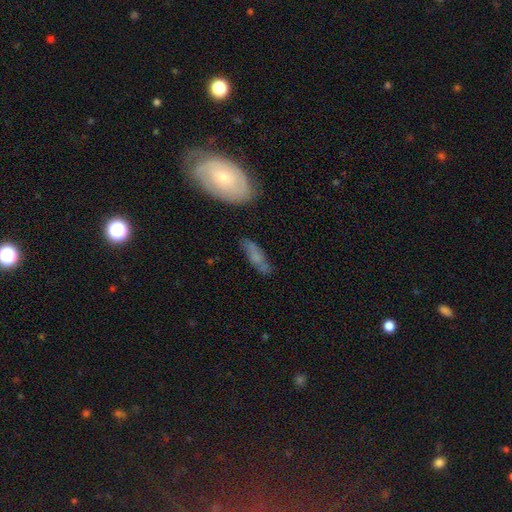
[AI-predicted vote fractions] Smooth or featured?
  - smooth: 55% *
  - featured or disk: 35%
  - star or artifact: 10%
How rounded?
  - in between: 51% *
  - cigar-shaped: 45%
  - round: 4%
Merging?
  - none: 68% *
  - minor disturbance: 20%
  - major disturbance: 7%
  - merger: 5%